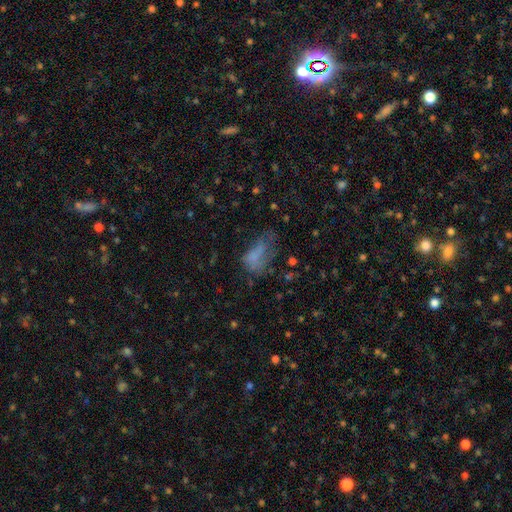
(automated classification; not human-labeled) A smooth galaxy with no disk features (59%) that is in between round and cigar-shaped (85%).

Vote fractions:
- Smooth or featured? smooth: 59% / featured or disk: 23% / star or artifact: 17%
- How rounded? in between: 85% / round: 9% / cigar-shaped: 7%
- Merging? major disturbance: 41% / none: 27% / minor disturbance: 25% / merger: 6%